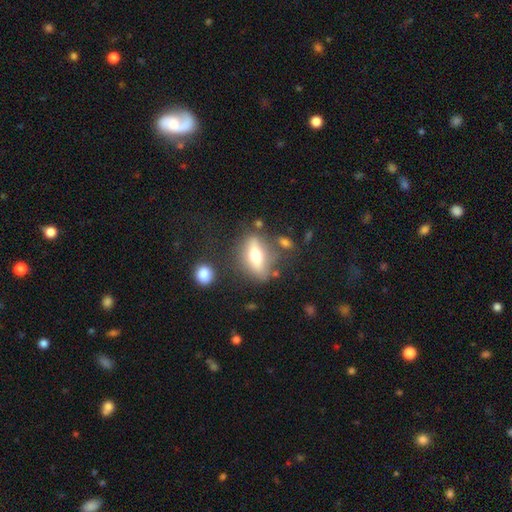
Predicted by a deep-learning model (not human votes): A smooth galaxy with no disk features (50%). Merging: none (71%).